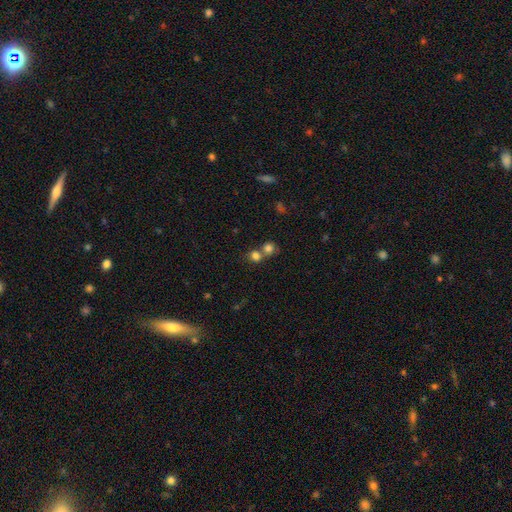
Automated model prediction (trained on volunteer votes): Q: Smooth or featured?
A: smooth (78%); runner-up: star or artifact (13%)
Q: How rounded?
A: round (79%); runner-up: in between (19%)
Q: Merging?
A: merger (49%); runner-up: none (42%)